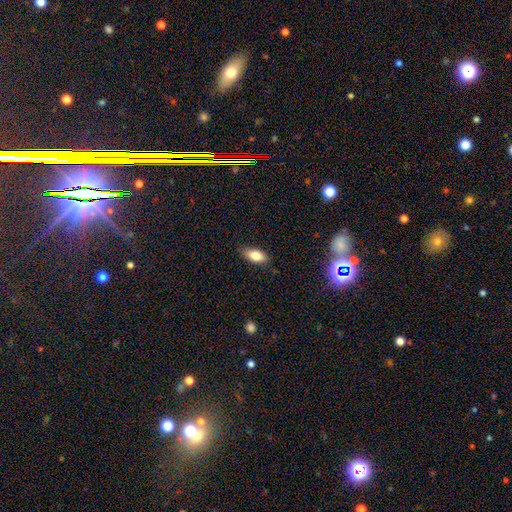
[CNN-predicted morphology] Q: Smooth or featured?
A: smooth (82%); runner-up: featured or disk (10%)
Q: How rounded?
A: in between (87%); runner-up: cigar-shaped (9%)
Q: Merging?
A: none (82%); runner-up: minor disturbance (14%)